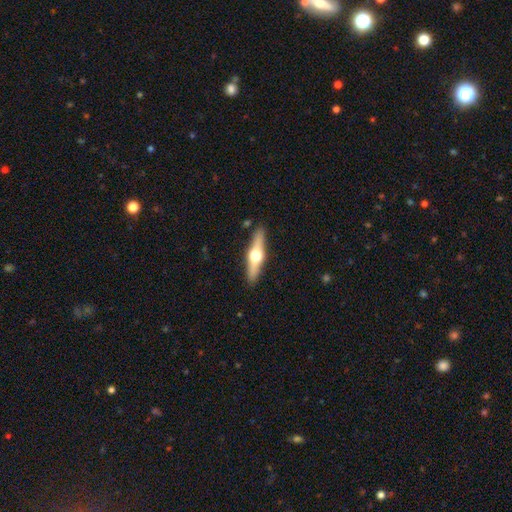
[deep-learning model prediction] smooth-or-featured: featured or disk: 66% | smooth: 29% | star or artifact: 5%
  disk-edge-on: yes: 96% | no: 4%
    edge-on-bulge: rounded: 96% | boxy: 2% | none: 1%
  merging: none: 90% | minor disturbance: 7% | major disturbance: 2% | merger: 1%